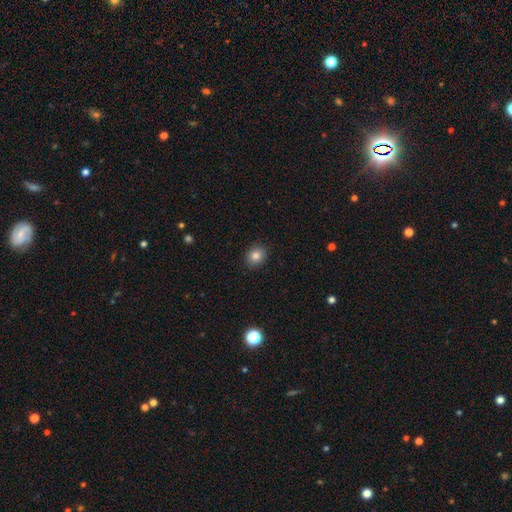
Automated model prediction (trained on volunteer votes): Overall: smooth (82%). How rounded: round (66%; in between 34%). Merging: none (90%).